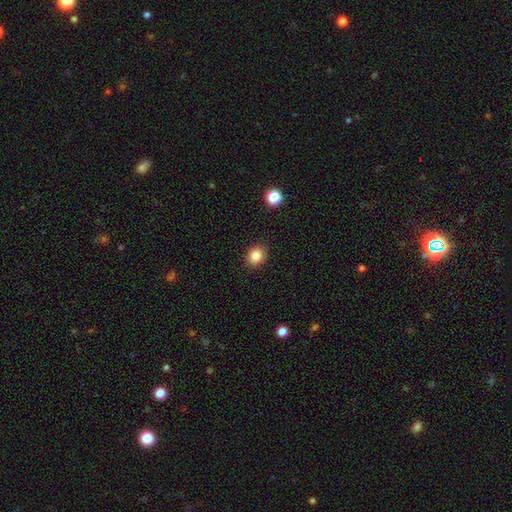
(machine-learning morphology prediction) Smooth or featured? smooth (85%)
How rounded? round (59%)
Merging? none (89%)